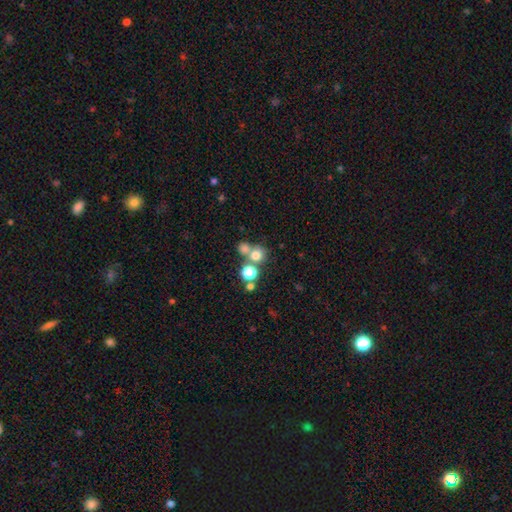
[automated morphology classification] A smooth galaxy with no disk features (71%) that is round (86%). Merging: none (51%).